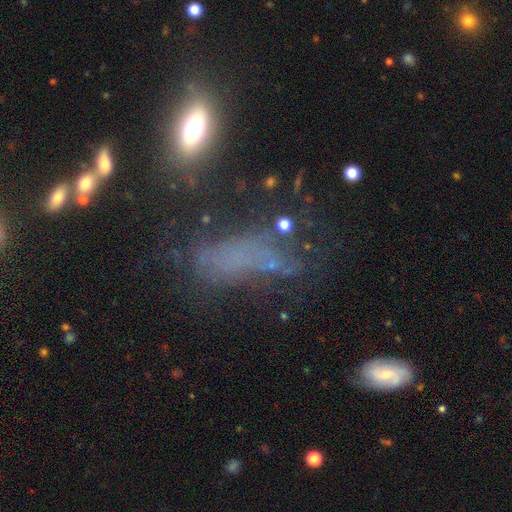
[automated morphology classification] Smooth or featured? Predicted: smooth (p=0.40). Merging? Predicted: none (p=0.38).